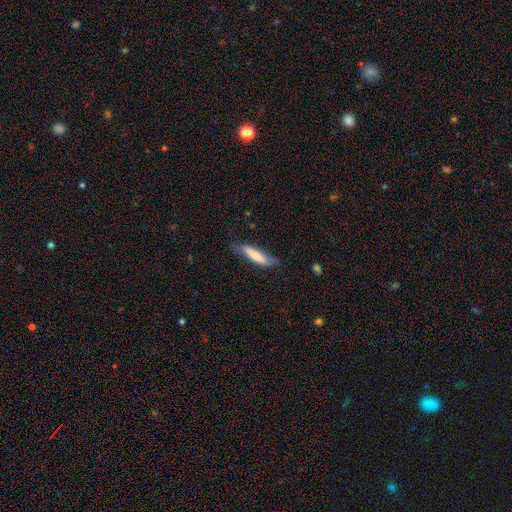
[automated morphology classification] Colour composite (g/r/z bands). It shows a smooth galaxy with no disk features (73%) that is cigar-shaped (76%). Merging: none (60%).